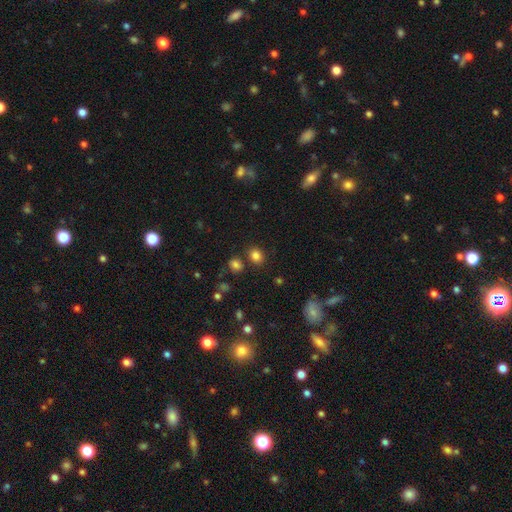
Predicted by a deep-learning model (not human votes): This is clearly a smooth galaxy (82%). How rounded: likely round (61%). Merging: clearly none (80%).